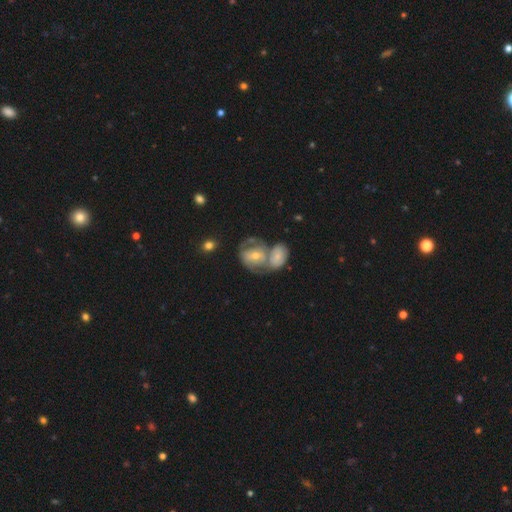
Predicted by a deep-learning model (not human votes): This appears to be a featured or disk galaxy (63%) with no bar (60%), spiral arms (74%) and a small central bulge (48%). Merging: merger (56%).